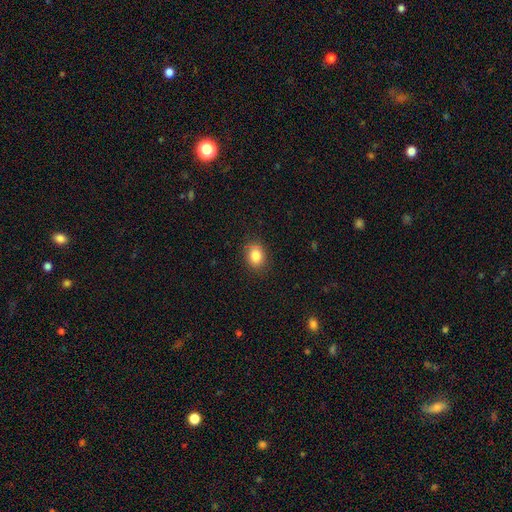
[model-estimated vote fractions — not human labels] Smooth or featured? Predicted: smooth (p=0.85). How rounded? Predicted: in between (p=0.51). Merging? Predicted: none (p=0.87).